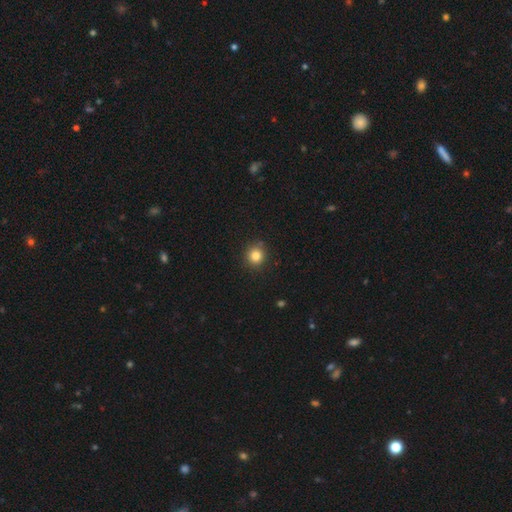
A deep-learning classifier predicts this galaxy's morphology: A smooth galaxy with no disk features (82%) that is round (91%). Merging: none (89%).